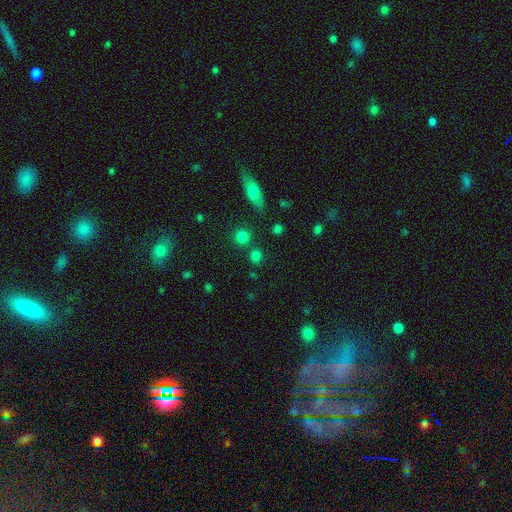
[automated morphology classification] smooth_or_featured: smooth (p=0.78) [alt: star or artifact p=0.17]
how_rounded: round (p=0.84) [alt: in between p=0.14]
merging: none (p=0.76) [alt: merger p=0.12]